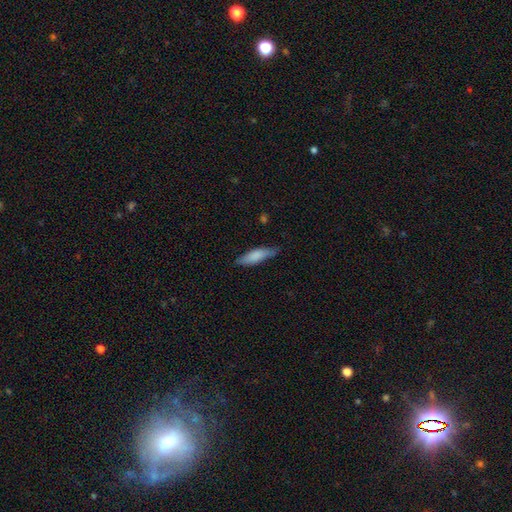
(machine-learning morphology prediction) The model was most divided on "how rounded": cigar-shaped: 56%, in between: 43%, round: 2%. More confident: smooth or featured — smooth (80%); merging — none (70%).